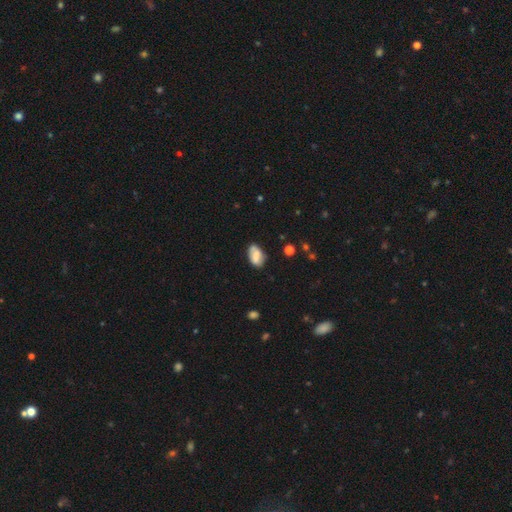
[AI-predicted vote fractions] Q: Smooth or featured?
A: smooth (68%); runner-up: featured or disk (23%)
Q: How rounded?
A: in between (90%); runner-up: round (7%)
Q: Merging?
A: none (65%); runner-up: minor disturbance (23%)